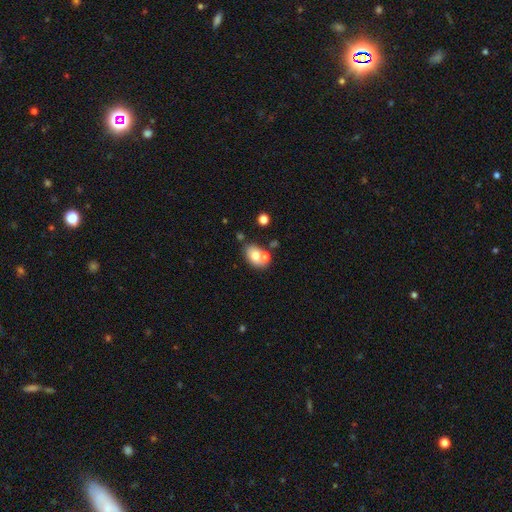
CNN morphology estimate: type=smooth (70%); roundness=in between (78%); merging=none (48%).